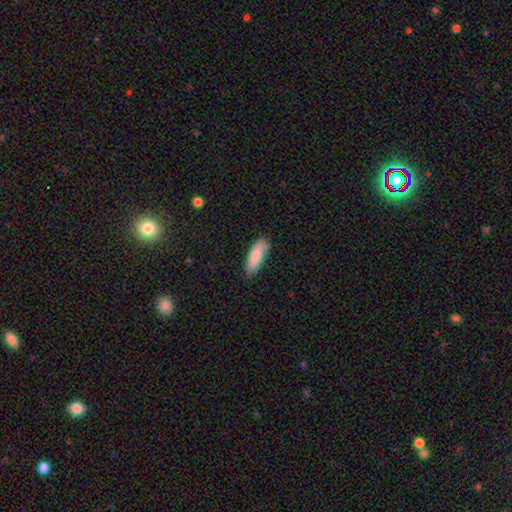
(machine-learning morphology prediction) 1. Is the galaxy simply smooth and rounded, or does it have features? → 81% smooth, 12% featured or disk, 6% star or artifact.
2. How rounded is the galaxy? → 65% in between, 34% cigar-shaped, 2% round.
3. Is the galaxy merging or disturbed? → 76% none, 19% minor disturbance, 3% major disturbance, 2% merger.